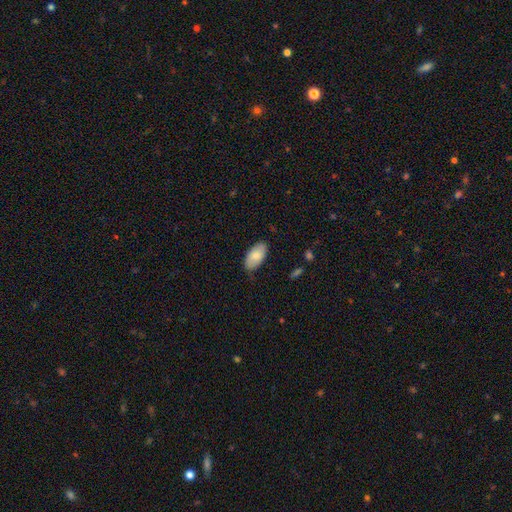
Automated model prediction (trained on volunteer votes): This is clearly a smooth galaxy (84%). How rounded: clearly in between (95%). Merging: likely none (80%).